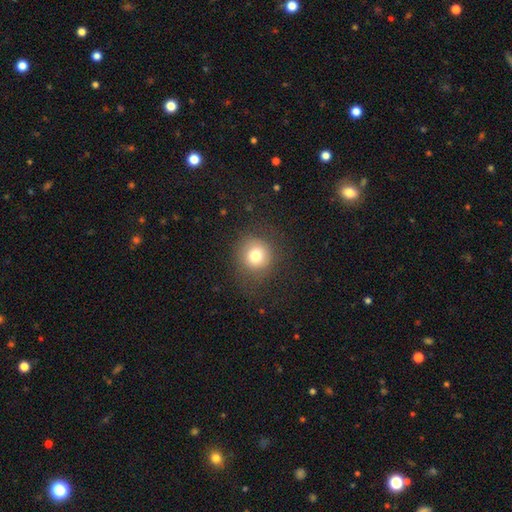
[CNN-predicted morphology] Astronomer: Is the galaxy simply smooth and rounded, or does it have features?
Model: smooth — 76%.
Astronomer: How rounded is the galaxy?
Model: round — 89%.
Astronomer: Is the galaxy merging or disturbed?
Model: none — 77%.